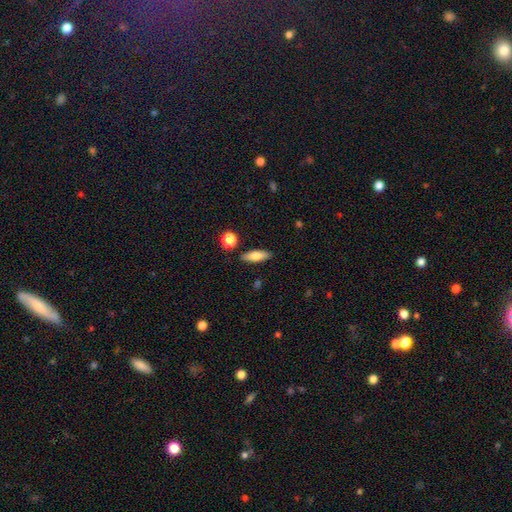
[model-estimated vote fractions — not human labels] Morphology: type=smooth (75%); roundness=in between (59%); merging=none (86%).